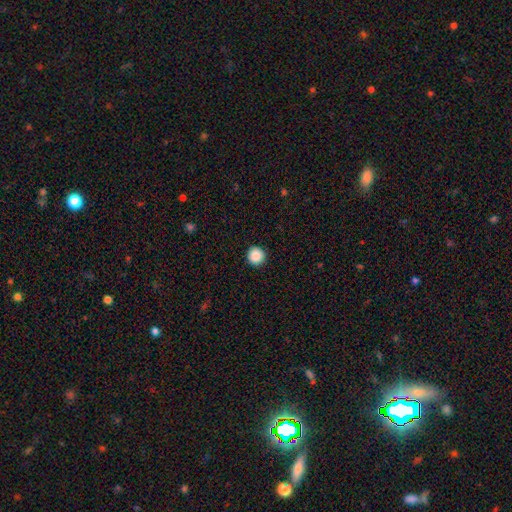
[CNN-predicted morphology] Q: Smooth or featured?
A: smooth (89%); runner-up: star or artifact (9%)
Q: How rounded?
A: round (96%); runner-up: in between (3%)
Q: Merging?
A: none (93%); runner-up: minor disturbance (5%)